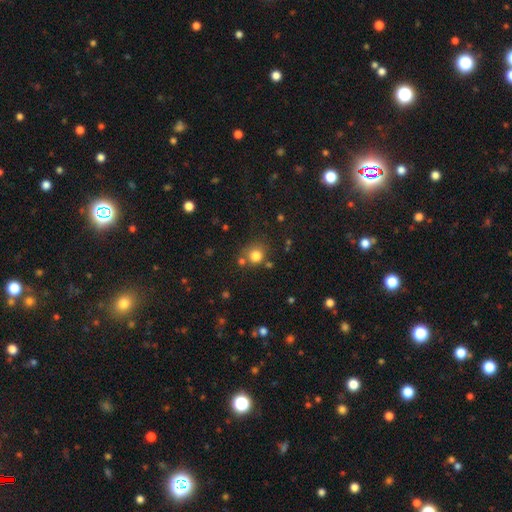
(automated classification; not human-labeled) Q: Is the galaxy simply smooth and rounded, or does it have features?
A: smooth — 80%.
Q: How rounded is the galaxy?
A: round — 86%.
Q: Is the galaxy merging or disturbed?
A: none — 70%.